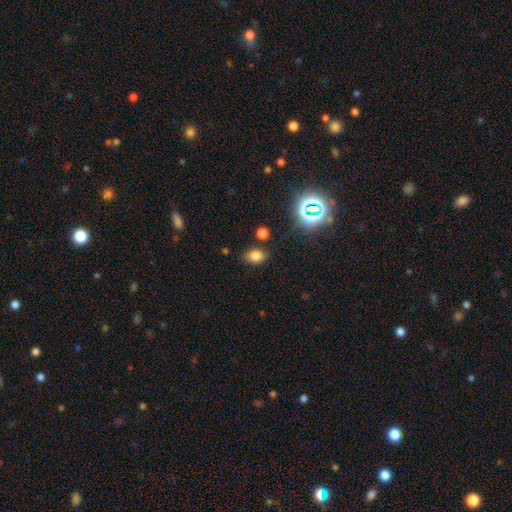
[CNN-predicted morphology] A smooth galaxy with no disk features (77%) that is in between round and cigar-shaped (71%).

Vote fractions:
- Smooth or featured? smooth: 77% / star or artifact: 17% / featured or disk: 7%
- How rounded? in between: 71% / round: 28% / cigar-shaped: 1%
- Merging? none: 78% / minor disturbance: 14% / merger: 4% / major disturbance: 4%